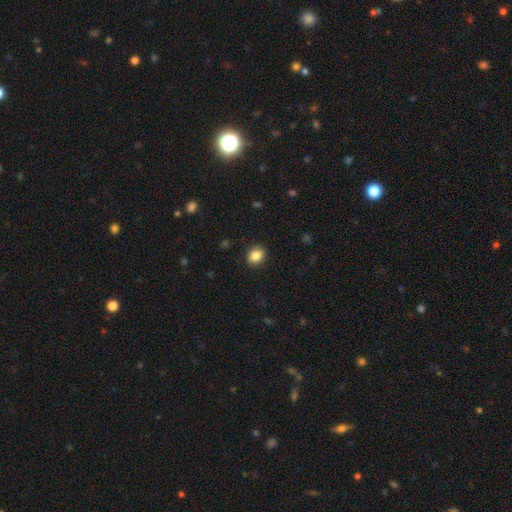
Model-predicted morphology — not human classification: type=smooth (86%); roundness=round (51%); merging=none (89%).